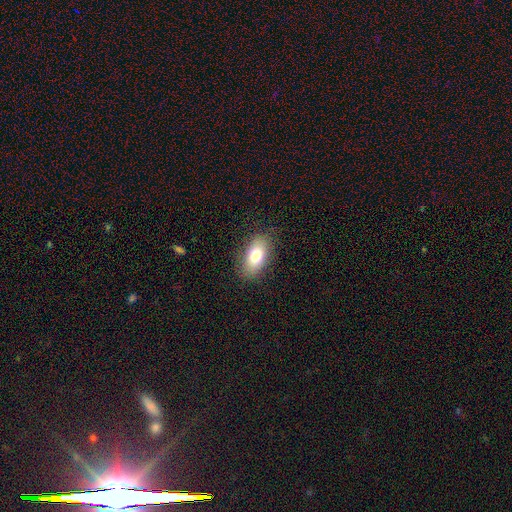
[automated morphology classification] A smooth galaxy with no disk features (76%) that is in between round and cigar-shaped (91%).

Vote fractions:
- Smooth or featured? smooth: 76% / featured or disk: 16% / star or artifact: 8%
- How rounded? in between: 91% / round: 6% / cigar-shaped: 3%
- Merging? none: 85% / minor disturbance: 11% / major disturbance: 3% / merger: 1%